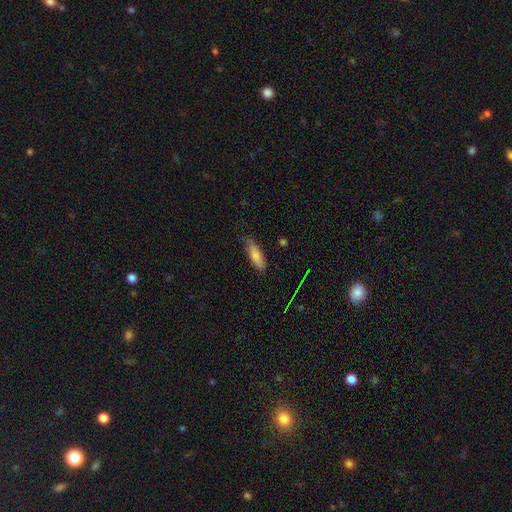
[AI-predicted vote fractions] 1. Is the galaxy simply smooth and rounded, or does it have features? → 76% smooth, 17% featured or disk, 8% star or artifact.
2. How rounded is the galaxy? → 52% cigar-shaped, 46% in between, 2% round.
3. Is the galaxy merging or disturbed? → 66% none, 28% minor disturbance, 5% major disturbance, 2% merger.